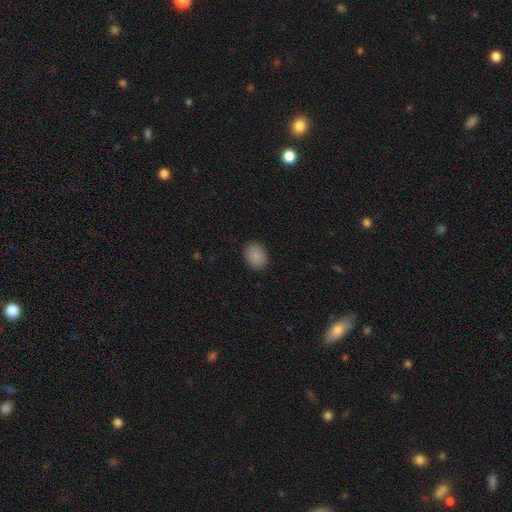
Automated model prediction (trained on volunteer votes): Smooth or featured?
  - smooth: 89% *
  - star or artifact: 8%
  - featured or disk: 3%
How rounded?
  - in between: 63% *
  - round: 36%
  - cigar-shaped: 1%
Merging?
  - none: 88% *
  - minor disturbance: 9%
  - major disturbance: 2%
  - merger: 1%